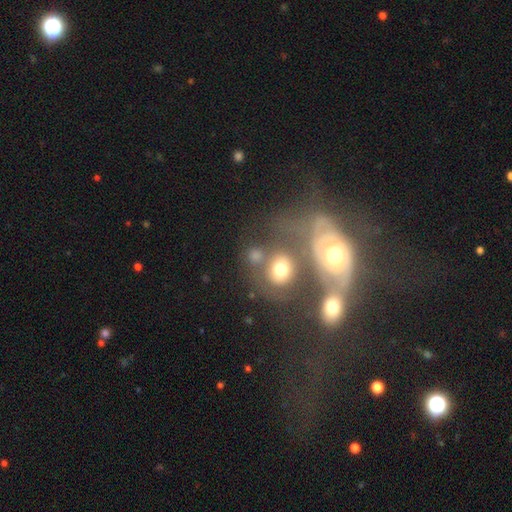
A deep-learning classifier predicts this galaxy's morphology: Smooth or featured?
  - smooth: 51% *
  - featured or disk: 37%
  - star or artifact: 12%
How rounded?
  - round: 57% *
  - in between: 42%
  - cigar-shaped: 2%
Merging?
  - merger: 39% *
  - none: 36%
  - minor disturbance: 13%
  - major disturbance: 12%